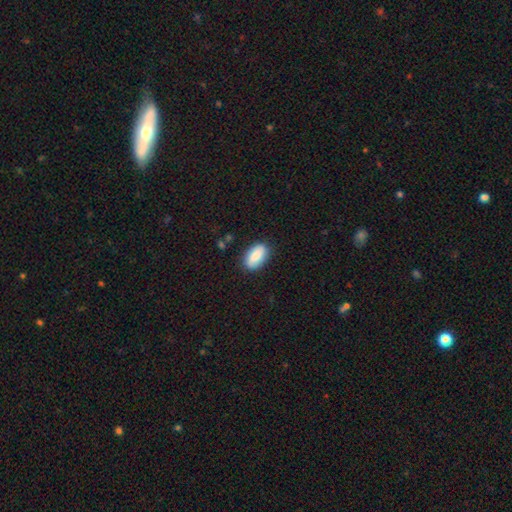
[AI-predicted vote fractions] smooth-or-featured: smooth: 80% | featured or disk: 13% | star or artifact: 6%
  how-rounded: in between: 93% | round: 5% | cigar-shaped: 3%
  merging: none: 84% | minor disturbance: 12% | major disturbance: 3% | merger: 1%